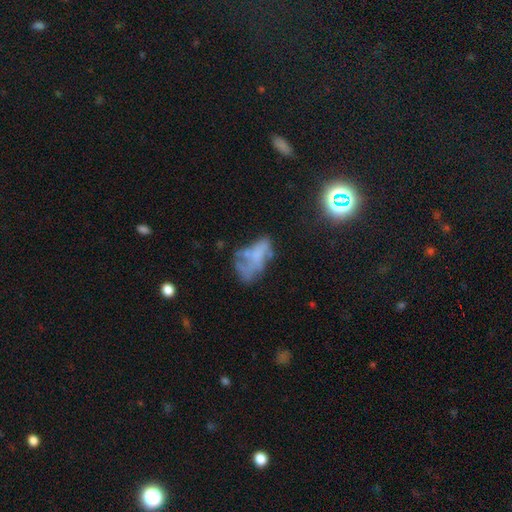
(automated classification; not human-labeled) Smooth or featured? Predicted: featured or disk (p=0.45). Merging? Predicted: major disturbance (p=0.35).